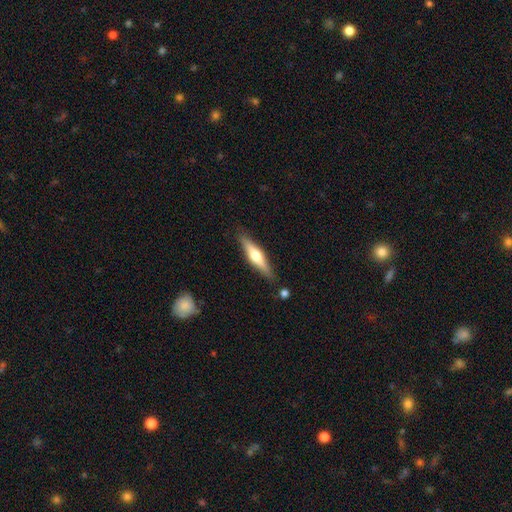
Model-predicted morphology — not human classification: Smooth or featured?
  - featured or disk: 56% *
  - smooth: 39%
  - star or artifact: 6%
Edge-on disk?
  - yes: 95% *
  - no: 5%
Edge-on bulge?
  - rounded: 91% *
  - boxy: 5%
  - none: 4%
Merging?
  - none: 85% *
  - minor disturbance: 10%
  - merger: 3%
  - major disturbance: 2%